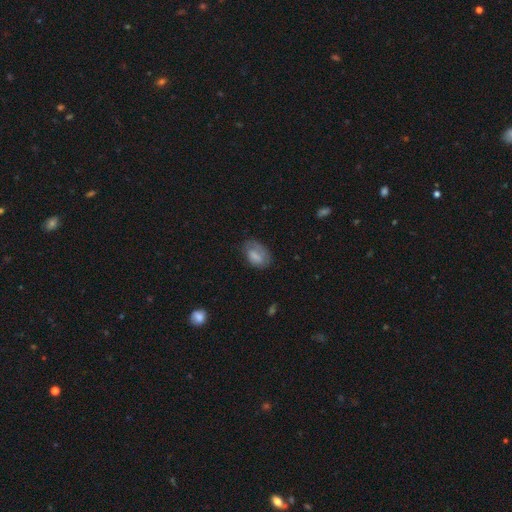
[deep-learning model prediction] Q: Smooth or featured?
A: smooth (69%); runner-up: featured or disk (22%)
Q: How rounded?
A: in between (86%); runner-up: round (13%)
Q: Merging?
A: none (53%); runner-up: minor disturbance (29%)